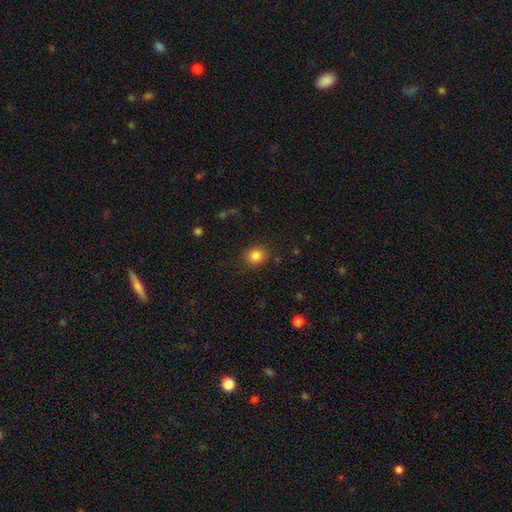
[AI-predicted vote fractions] A smooth galaxy with no disk features (84%) that is round (72%).

Vote fractions:
- Smooth or featured? smooth: 84% / star or artifact: 11% / featured or disk: 5%
- How rounded? round: 72% / in between: 27% / cigar-shaped: 1%
- Merging? none: 87% / minor disturbance: 9% / major disturbance: 3% / merger: 1%